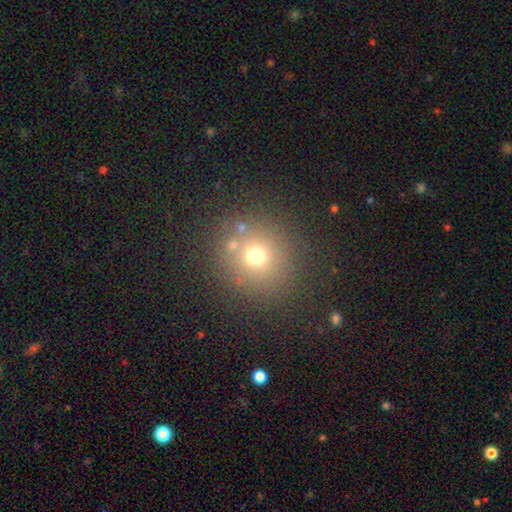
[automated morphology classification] type=smooth (67%); roundness=round (90%); merging=none (80%).